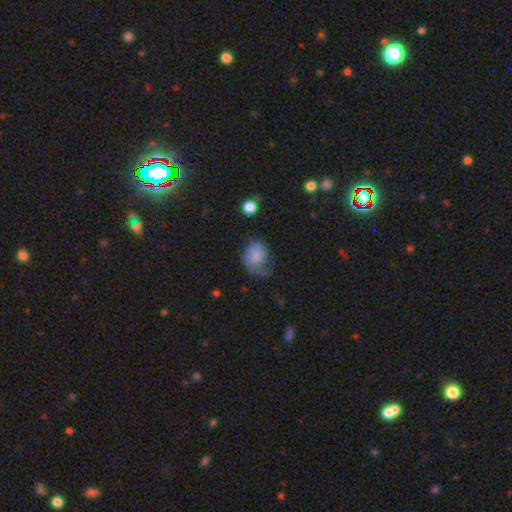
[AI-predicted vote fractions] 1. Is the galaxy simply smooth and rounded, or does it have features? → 66% smooth, 25% featured or disk, 9% star or artifact.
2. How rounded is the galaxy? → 52% round, 47% in between, 1% cigar-shaped.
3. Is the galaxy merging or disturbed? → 33% major disturbance, 32% minor disturbance, 32% none, 3% merger.